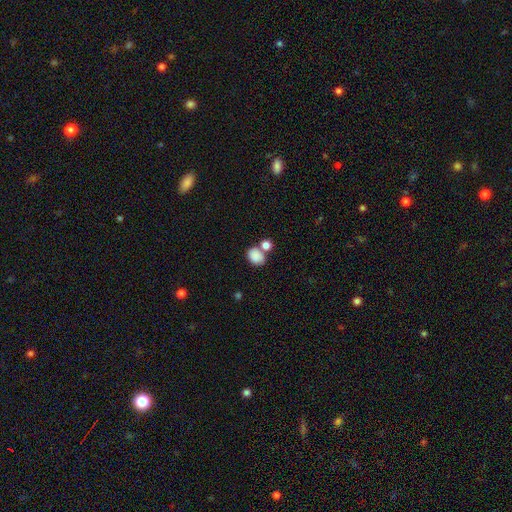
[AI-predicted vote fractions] Smooth or featured? Predicted: smooth (p=0.85). How rounded? Predicted: in between (p=0.60). Merging? Predicted: none (p=0.52).